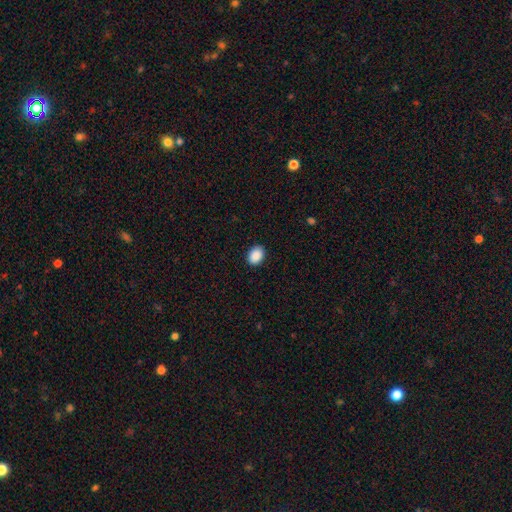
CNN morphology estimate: Smooth or featured? Predicted: smooth (p=0.90). How rounded? Predicted: in between (p=0.74). Merging? Predicted: none (p=0.90).